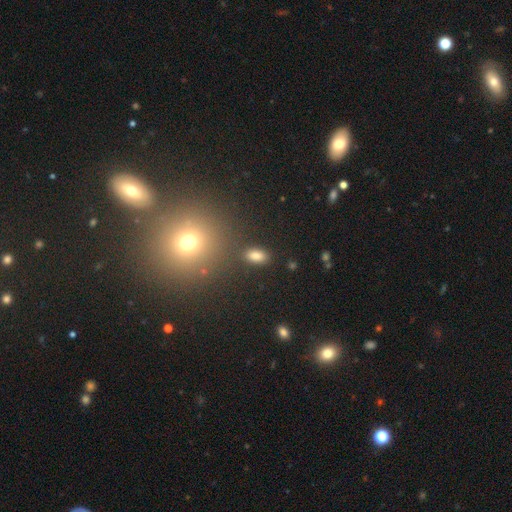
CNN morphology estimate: Smooth or featured: smooth — 80% (star or artifact — 14%)
How rounded: in between — 88% (round — 9%)
Merging: none — 85% (minor disturbance — 8%)